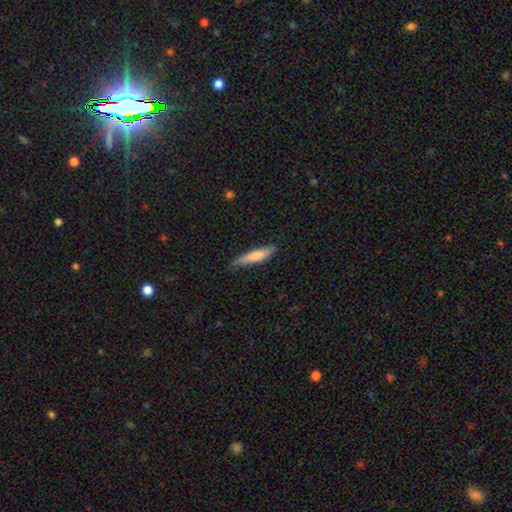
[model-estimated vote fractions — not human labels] Morphology: type=smooth (69%); roundness=cigar-shaped (85%); merging=none (73%).